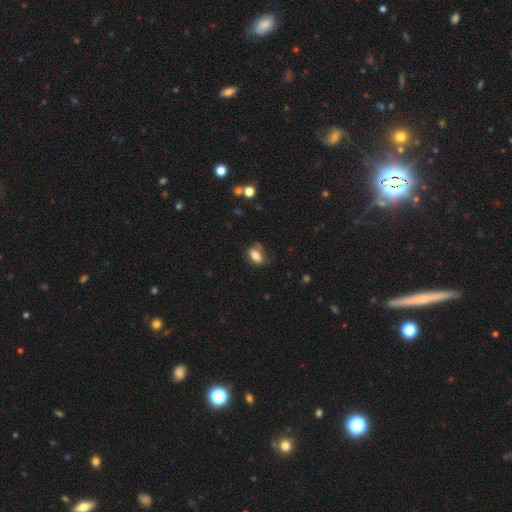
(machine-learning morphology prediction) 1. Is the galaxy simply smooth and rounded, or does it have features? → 75% smooth, 16% featured or disk, 9% star or artifact.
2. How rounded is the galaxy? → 85% in between, 10% round, 5% cigar-shaped.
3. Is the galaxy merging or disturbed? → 53% none, 30% minor disturbance, 12% major disturbance, 6% merger.